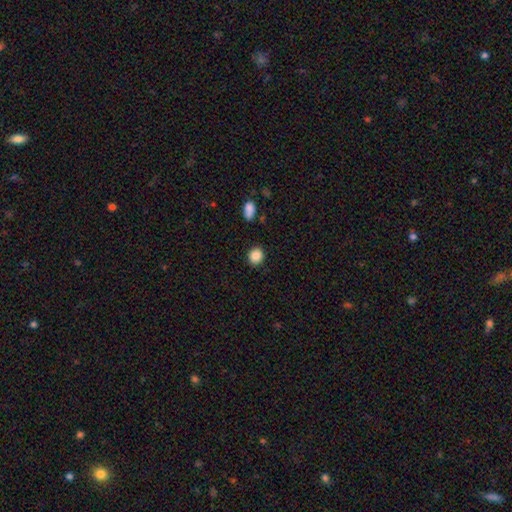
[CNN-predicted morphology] Overall: smooth (88%). How rounded: round (81%). Merging: none (89%).